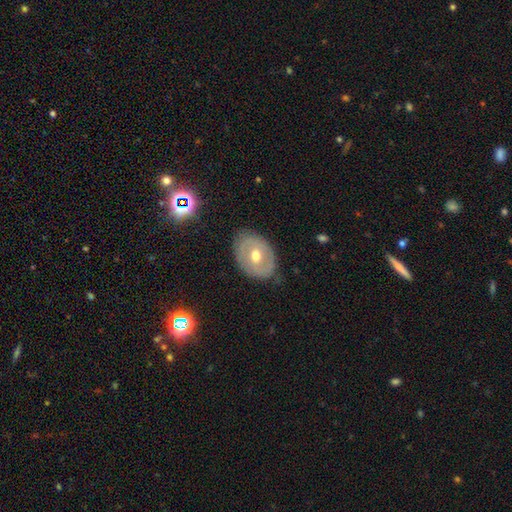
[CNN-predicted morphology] Smooth or featured: featured or disk — 50% (smooth — 44%)
Merging: none — 76% (minor disturbance — 17%)